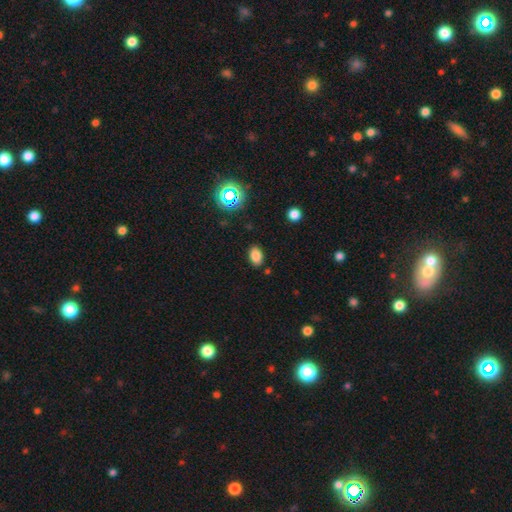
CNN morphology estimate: type=smooth (80%); roundness=in between (85%); merging=none (86%).